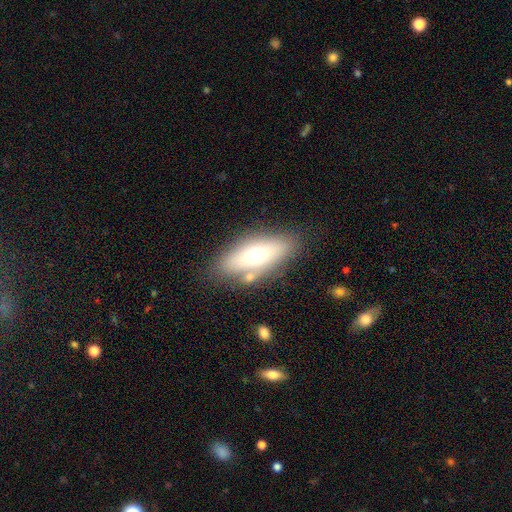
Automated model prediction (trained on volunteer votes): smooth 60%, featured or disk 32%, star or artifact 8%. Down the decision tree: how rounded — in between (67%); merging — none (74%).